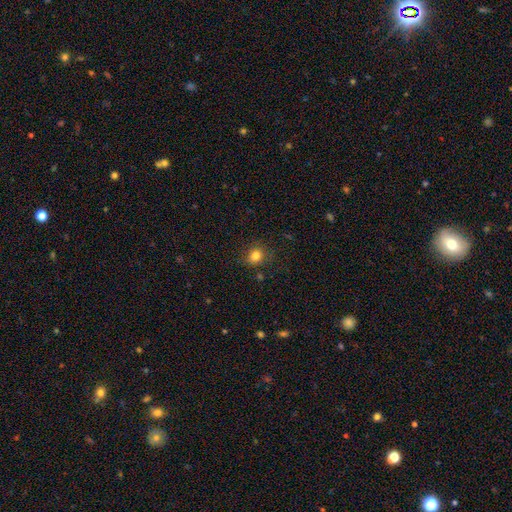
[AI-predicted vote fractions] The model was most divided on "how rounded": round: 72%, in between: 27%, cigar-shaped: 1%. More confident: merging — none (84%); smooth or featured — smooth (81%).